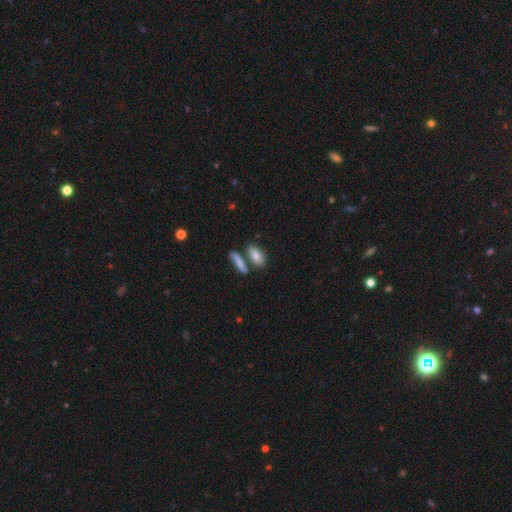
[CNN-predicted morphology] type=smooth (80%); roundness=in between (75%); merging=none (60%).